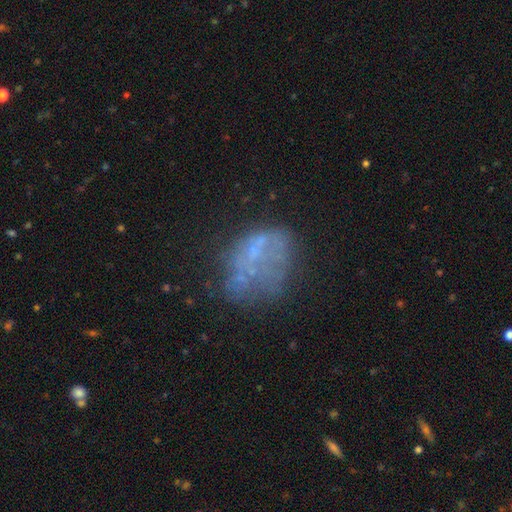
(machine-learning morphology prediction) Smooth or featured? featured or disk (49%)
Merging? none (43%)